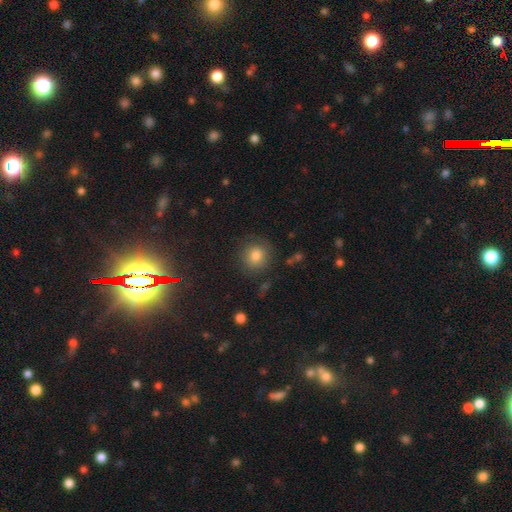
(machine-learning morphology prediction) smooth-or-featured: smooth: 79% | star or artifact: 11% | featured or disk: 10%
  how-rounded: round: 90% | in between: 9% | cigar-shaped: 1%
  merging: none: 81% | minor disturbance: 12% | major disturbance: 5% | merger: 2%